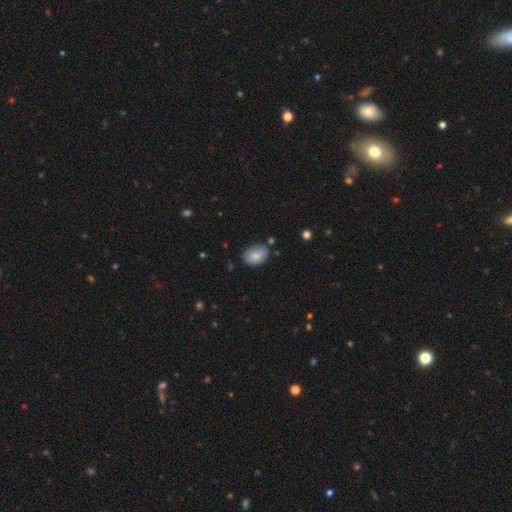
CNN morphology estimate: Smooth or featured: smooth — 81% (featured or disk — 11%)
How rounded: in between — 81% (round — 18%)
Merging: none — 73% (minor disturbance — 20%)